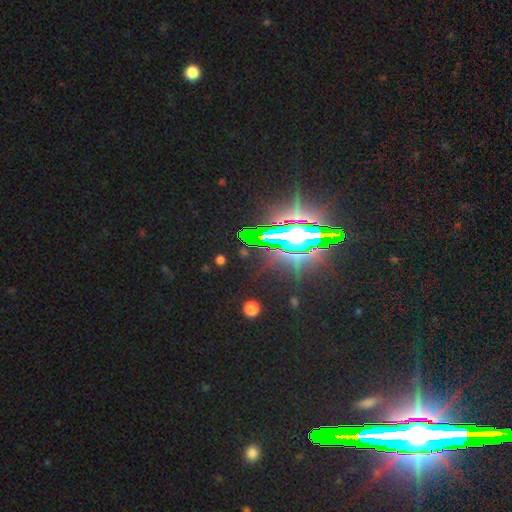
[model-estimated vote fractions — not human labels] Morphology: type=star or artifact (84%).